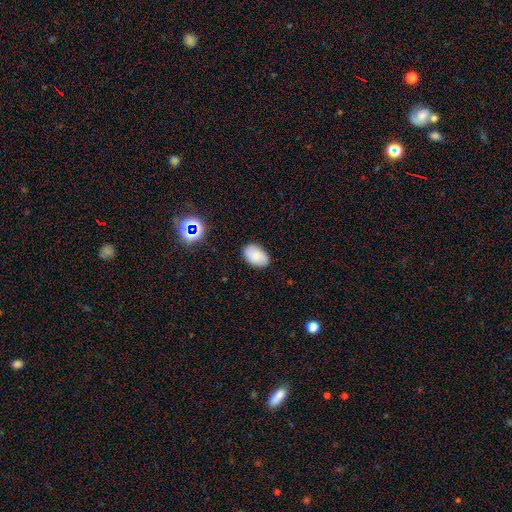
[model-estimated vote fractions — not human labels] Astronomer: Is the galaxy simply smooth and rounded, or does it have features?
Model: smooth — 82%.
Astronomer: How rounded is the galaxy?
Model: in between — 90%.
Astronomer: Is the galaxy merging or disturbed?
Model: none — 84%.